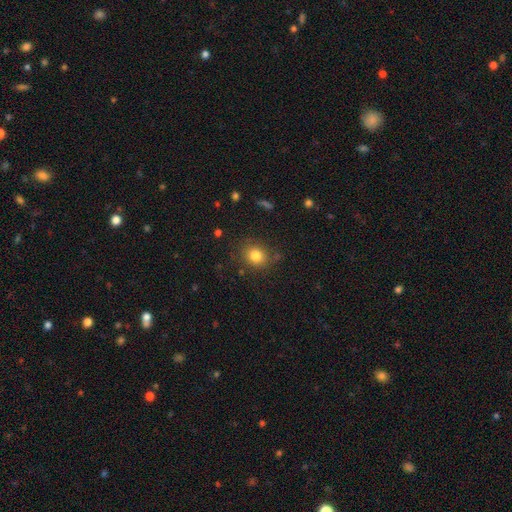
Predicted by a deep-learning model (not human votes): A smooth galaxy with no disk features (81%) that is round (67%). Merging: none (80%).